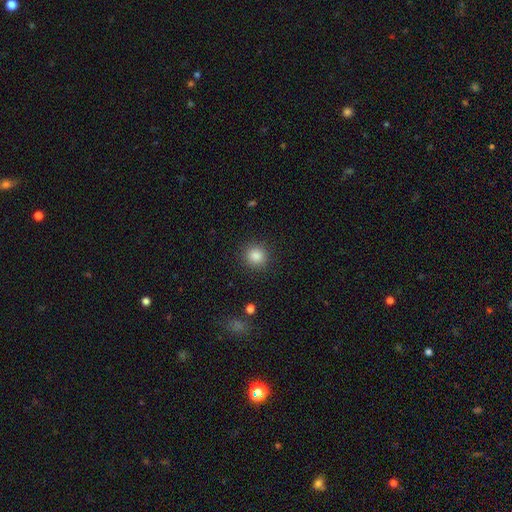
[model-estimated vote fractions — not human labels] smooth-or-featured: smooth: 85% | star or artifact: 10% | featured or disk: 4%
  how-rounded: round: 90% | in between: 9% | cigar-shaped: 1%
  merging: none: 89% | minor disturbance: 7% | major disturbance: 3% | merger: 1%